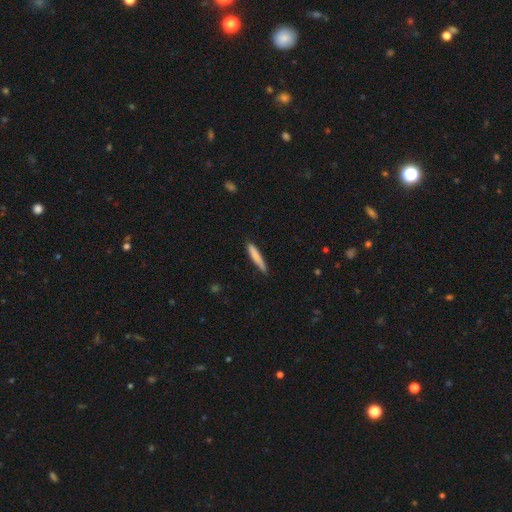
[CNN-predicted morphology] smooth 80%, featured or disk 14%, star or artifact 6%. Down the decision tree: how rounded — cigar-shaped (93%); merging — none (80%).